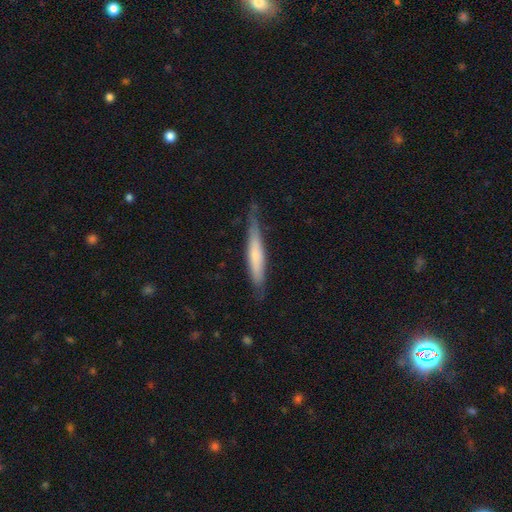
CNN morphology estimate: This is possibly a smooth galaxy (57%). How rounded: clearly cigar-shaped (91%). Merging: likely none (73%).